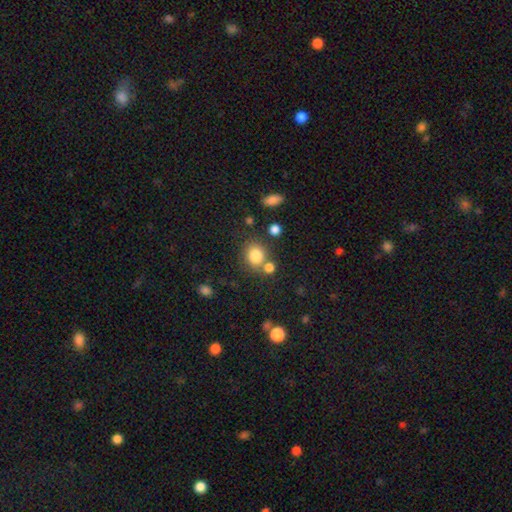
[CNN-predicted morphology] Smooth or featured?
  - smooth: 82% *
  - star or artifact: 11%
  - featured or disk: 7%
How rounded?
  - round: 73% *
  - in between: 26%
  - cigar-shaped: 1%
Merging?
  - none: 65% *
  - merger: 19%
  - minor disturbance: 11%
  - major disturbance: 4%